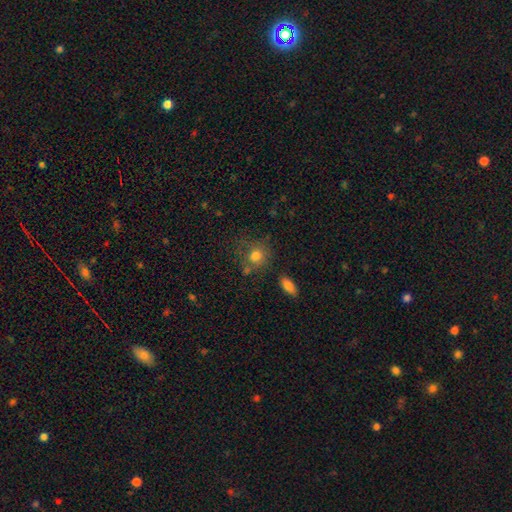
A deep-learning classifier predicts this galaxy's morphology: Smooth or featured? Predicted: smooth (p=0.77). How rounded? Predicted: round (p=0.74). Merging? Predicted: none (p=0.58).